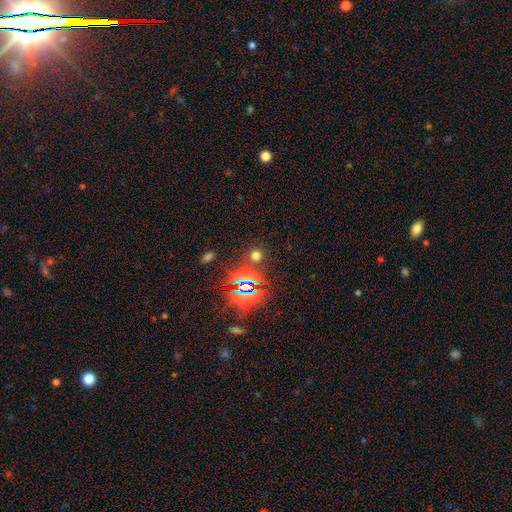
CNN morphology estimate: Overall: smooth (51%; star or artifact 43%). How rounded: round (87%). Merging: none (82%).